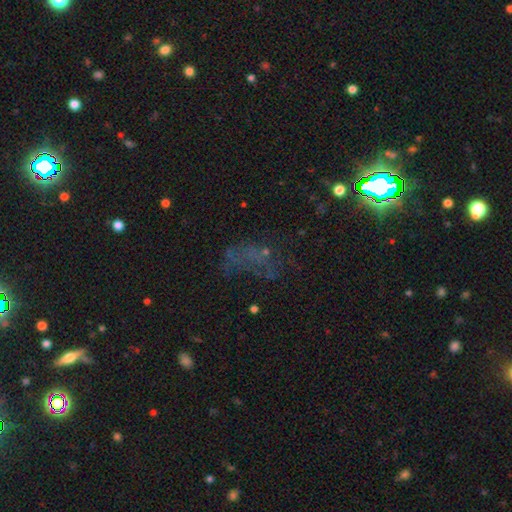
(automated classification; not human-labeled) Morphology: type=star or artifact (45%).